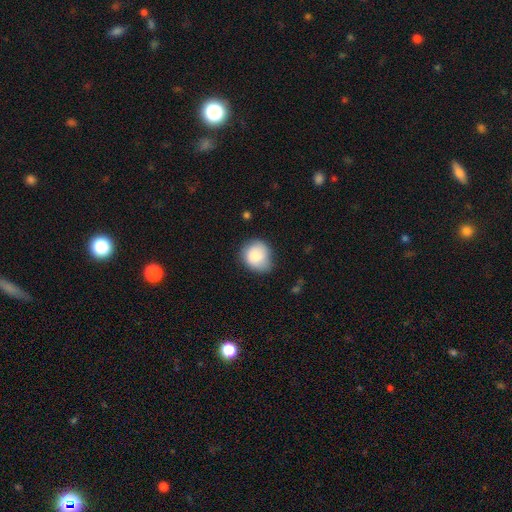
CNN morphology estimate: This is clearly a smooth galaxy (82%). How rounded: likely round (74%). Merging: likely none (60%).